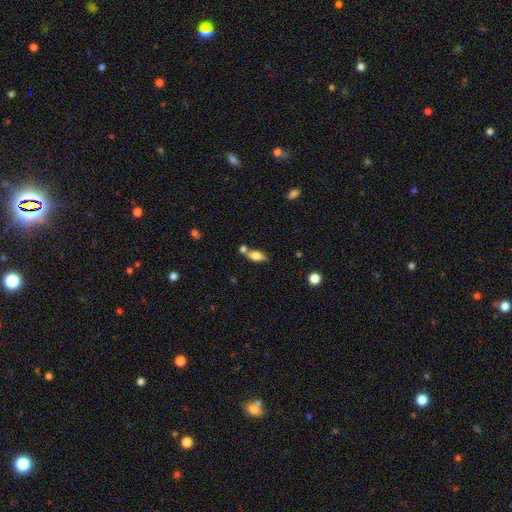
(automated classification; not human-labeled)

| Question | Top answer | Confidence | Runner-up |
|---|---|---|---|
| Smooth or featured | smooth | 77% | featured or disk (15%) |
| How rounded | in between | 82% | cigar-shaped (15%) |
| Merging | none | 59% | merger (24%) |